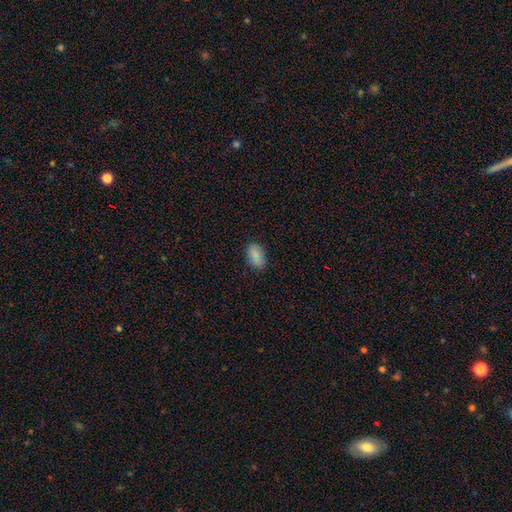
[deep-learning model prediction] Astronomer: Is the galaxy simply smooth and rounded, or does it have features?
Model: smooth — 82%.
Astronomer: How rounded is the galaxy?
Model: in between — 87%.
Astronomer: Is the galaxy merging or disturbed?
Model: none — 82%.